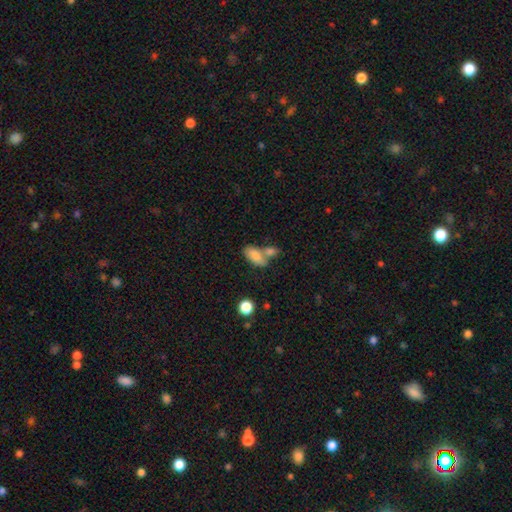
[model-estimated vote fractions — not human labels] A smooth galaxy with no disk features (79%) that is in between round and cigar-shaped (88%). Merging: none (43%).